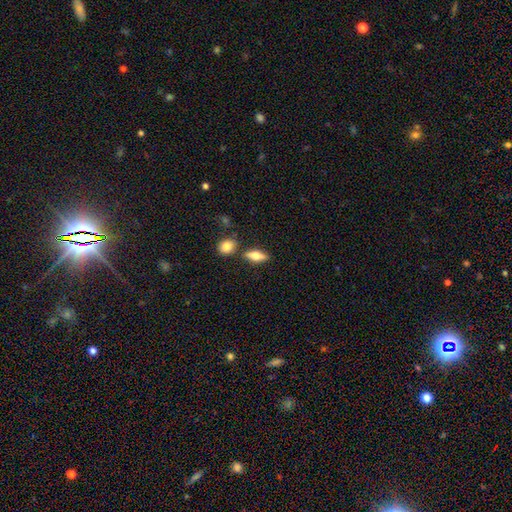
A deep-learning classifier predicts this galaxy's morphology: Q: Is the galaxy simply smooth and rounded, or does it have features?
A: smooth — 58%.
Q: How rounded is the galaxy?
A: in between — 62%.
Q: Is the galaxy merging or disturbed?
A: none — 79%.